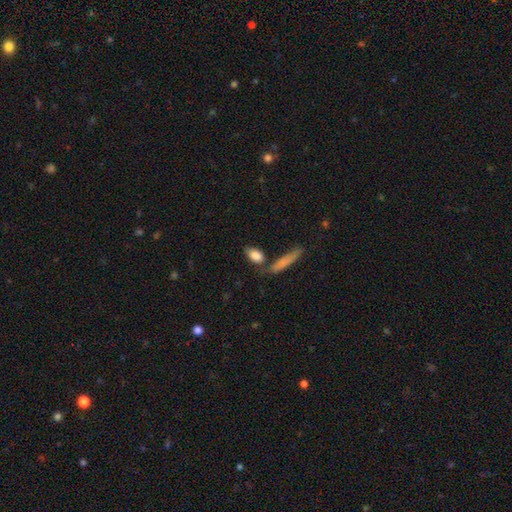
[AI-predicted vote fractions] smooth_or_featured: smooth (p=0.84) [alt: featured or disk p=0.10]
how_rounded: in between (p=0.77) [alt: cigar-shaped p=0.15]
merging: none (p=0.60) [alt: merger p=0.18]